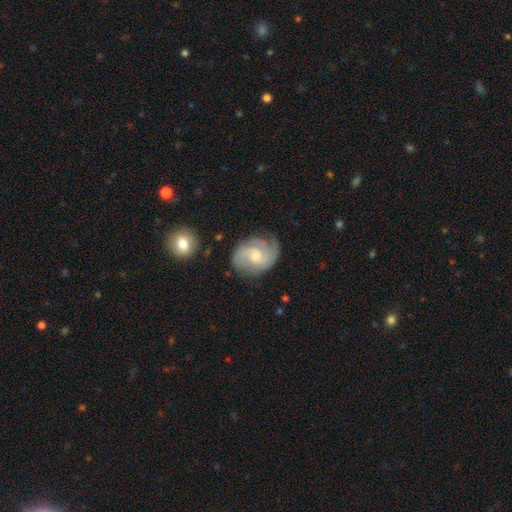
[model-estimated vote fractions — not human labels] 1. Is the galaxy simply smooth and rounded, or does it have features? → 79% featured or disk, 15% smooth, 6% star or artifact.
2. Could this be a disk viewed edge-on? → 98% no, 2% yes.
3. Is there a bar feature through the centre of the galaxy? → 60% no, 36% weak, 5% strong.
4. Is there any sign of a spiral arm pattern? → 95% yes, 5% no.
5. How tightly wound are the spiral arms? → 45% medium, 39% tight, 15% loose.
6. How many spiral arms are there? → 45% 2, 24% 3, 18% can't tell, 5% 4, 4% 1, 4% more than 4.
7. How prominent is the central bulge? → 54% small, 40% moderate, 3% none, 3% large, 1% dominant.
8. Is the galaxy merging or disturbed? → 68% none, 21% minor disturbance, 9% major disturbance, 2% merger.